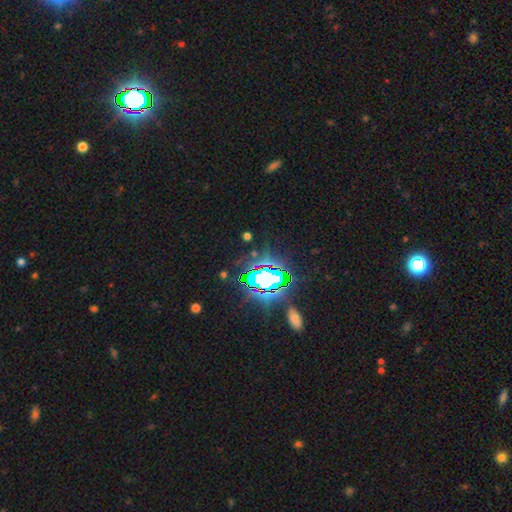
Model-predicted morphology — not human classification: Q: Smooth or featured?
A: star or artifact (78%); runner-up: smooth (12%)